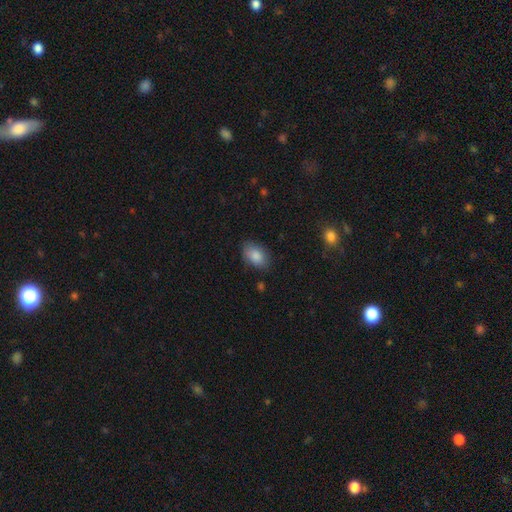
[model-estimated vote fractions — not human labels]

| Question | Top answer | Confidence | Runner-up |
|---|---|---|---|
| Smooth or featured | smooth | 86% | featured or disk (7%) |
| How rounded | in between | 89% | round (9%) |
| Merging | none | 76% | minor disturbance (18%) |